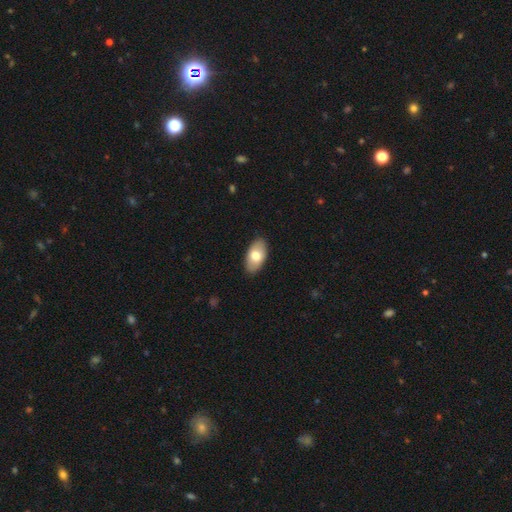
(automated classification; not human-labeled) This appears to be a smooth galaxy with no disk features (74%) that is in between round and cigar-shaped (95%). Merging: none (89%).